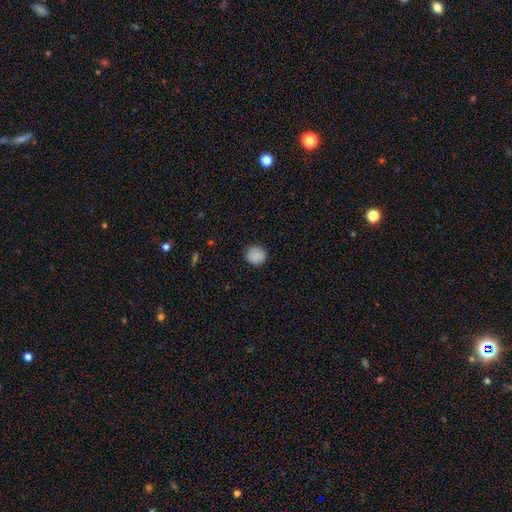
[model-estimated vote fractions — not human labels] smooth 87%, star or artifact 8%, featured or disk 5%. Down the decision tree: how rounded — round (90%); merging — none (89%).